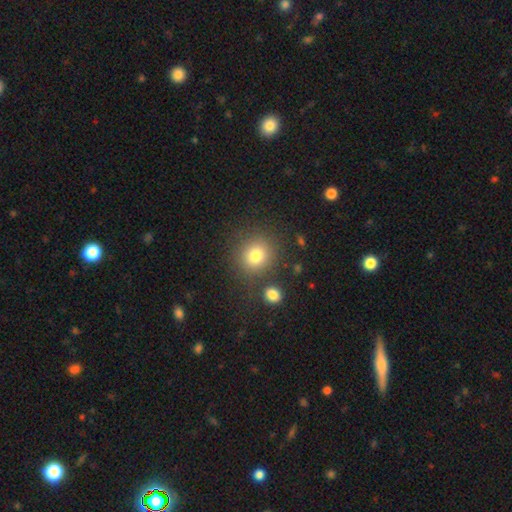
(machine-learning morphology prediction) Q: Smooth or featured?
A: smooth (79%); runner-up: star or artifact (13%)
Q: How rounded?
A: round (87%); runner-up: in between (12%)
Q: Merging?
A: none (79%); runner-up: minor disturbance (9%)